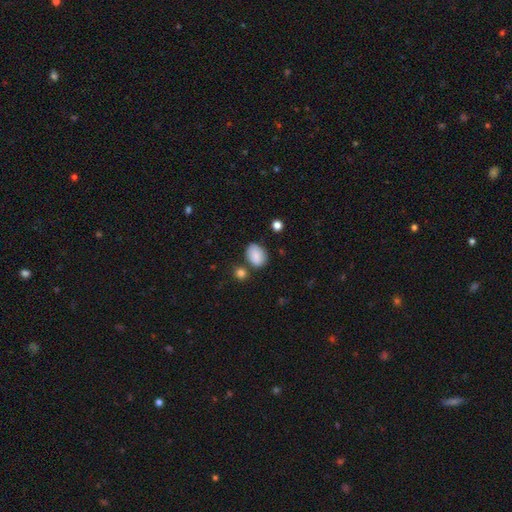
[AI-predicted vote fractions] This is clearly a smooth galaxy (83%). How rounded: likely in between (69%). Merging: likely none (68%).